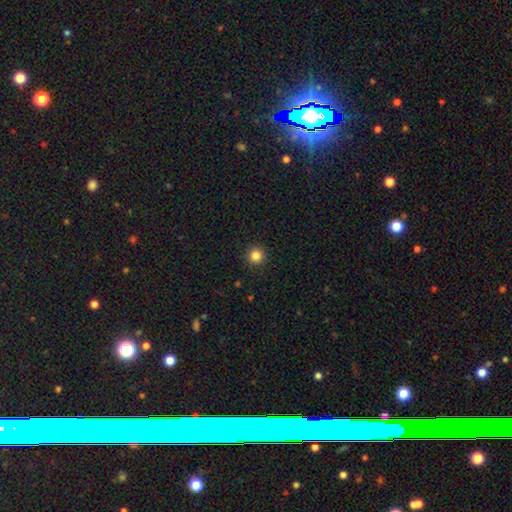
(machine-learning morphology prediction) The model was most divided on "smooth or featured": smooth: 84%, star or artifact: 12%, featured or disk: 4%. More confident: how rounded — round (96%); merging — none (93%).